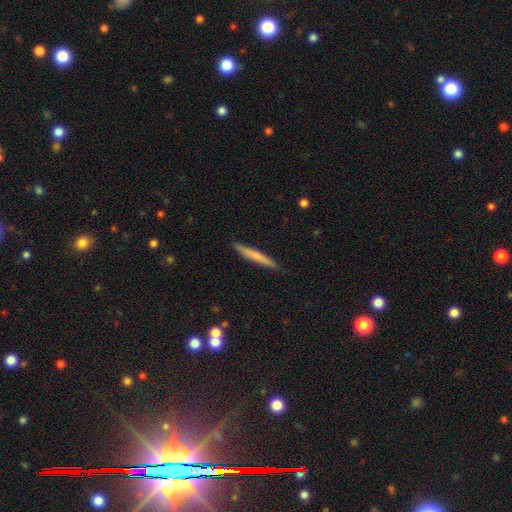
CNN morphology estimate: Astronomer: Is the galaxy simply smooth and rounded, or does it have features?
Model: smooth — 64%.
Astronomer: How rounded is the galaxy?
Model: cigar-shaped — 96%.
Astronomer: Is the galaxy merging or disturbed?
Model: none — 90%.